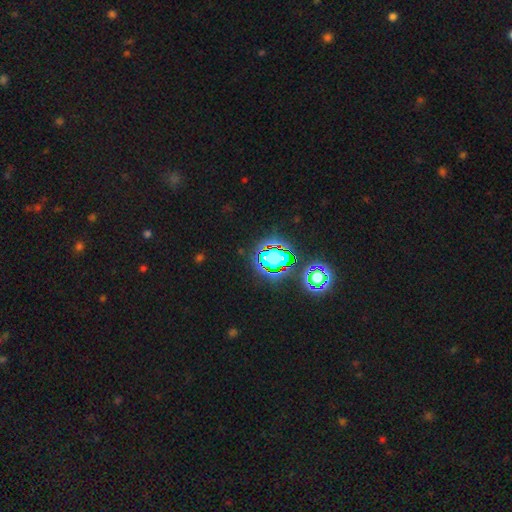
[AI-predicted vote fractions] This appears to be a star or artifact, not a galaxy (78%).